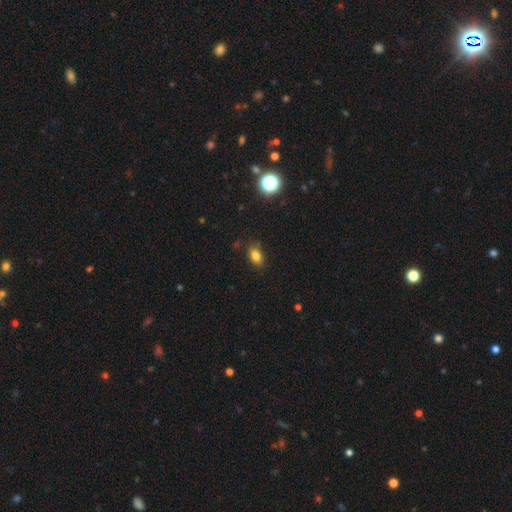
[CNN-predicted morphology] A smooth galaxy with no disk features (80%) that is in between round and cigar-shaped (84%).

Vote fractions:
- Smooth or featured? smooth: 80% / star or artifact: 12% / featured or disk: 8%
- How rounded? in between: 84% / round: 12% / cigar-shaped: 4%
- Merging? none: 82% / minor disturbance: 13% / major disturbance: 3% / merger: 1%